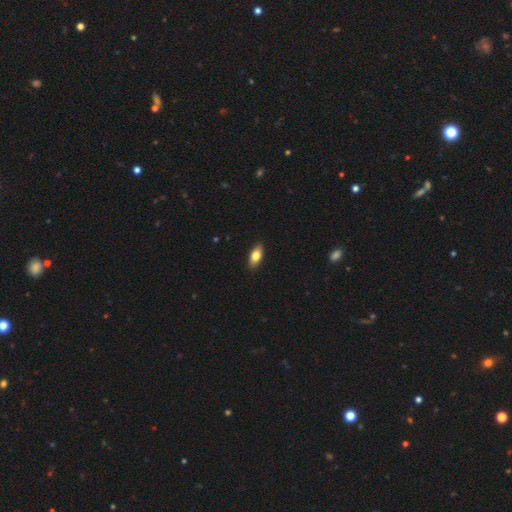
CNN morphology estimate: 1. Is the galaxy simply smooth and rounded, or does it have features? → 80% smooth, 13% featured or disk, 7% star or artifact.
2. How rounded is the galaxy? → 87% in between, 9% cigar-shaped, 4% round.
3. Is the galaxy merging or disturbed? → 89% none, 8% minor disturbance, 2% major disturbance, 1% merger.